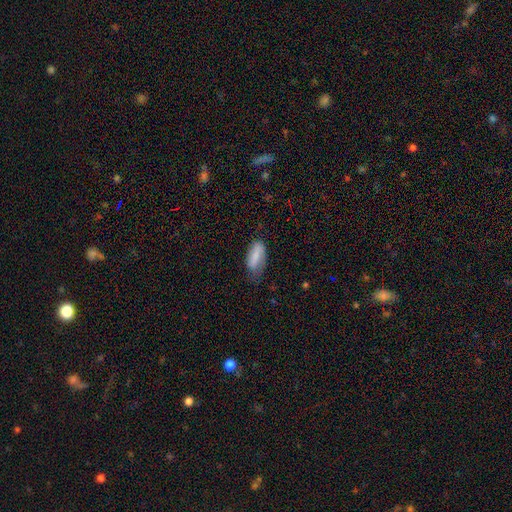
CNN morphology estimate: Smooth or featured? Predicted: smooth (p=0.77). How rounded? Predicted: in between (p=0.82). Merging? Predicted: none (p=0.51).